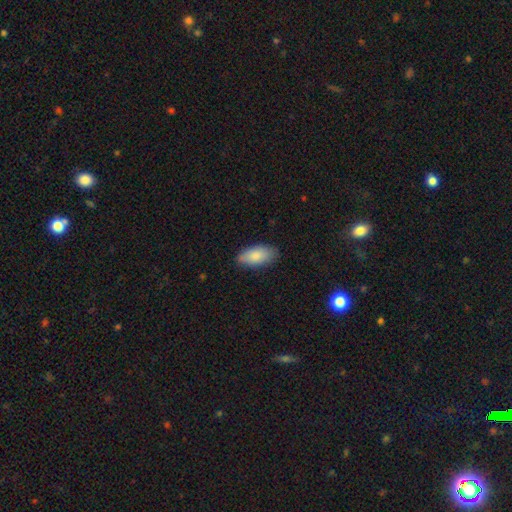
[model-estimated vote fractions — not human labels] A smooth galaxy with no disk features (86%) that is in between round and cigar-shaped (91%).

Vote fractions:
- Smooth or featured? smooth: 86% / featured or disk: 8% / star or artifact: 6%
- How rounded? in between: 91% / cigar-shaped: 6% / round: 2%
- Merging? none: 82% / minor disturbance: 15% / major disturbance: 3% / merger: 1%